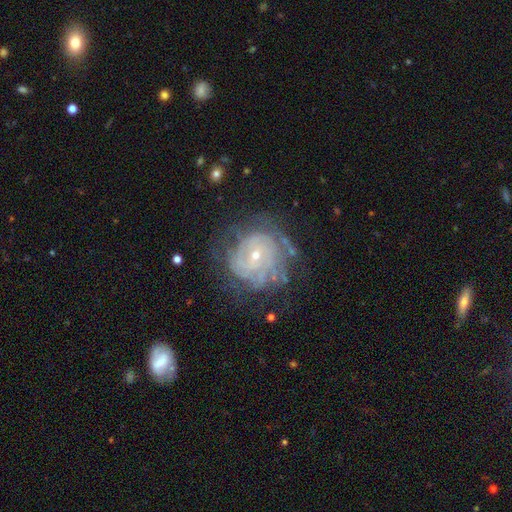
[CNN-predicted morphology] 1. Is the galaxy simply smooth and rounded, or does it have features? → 79% featured or disk, 13% smooth, 8% star or artifact.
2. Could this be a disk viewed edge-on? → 97% no, 3% yes.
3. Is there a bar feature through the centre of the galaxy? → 70% no, 24% weak, 6% strong.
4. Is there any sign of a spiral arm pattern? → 87% yes, 13% no.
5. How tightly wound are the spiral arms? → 76% tight, 18% medium, 6% loose.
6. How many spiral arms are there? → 51% can't tell, 13% 4, 11% 2, 11% 3, 8% more than 4, 5% 1.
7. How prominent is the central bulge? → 74% small, 23% moderate, 1% large, 1% none, 1% dominant.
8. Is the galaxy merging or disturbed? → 65% none, 20% minor disturbance, 13% major disturbance, 2% merger.